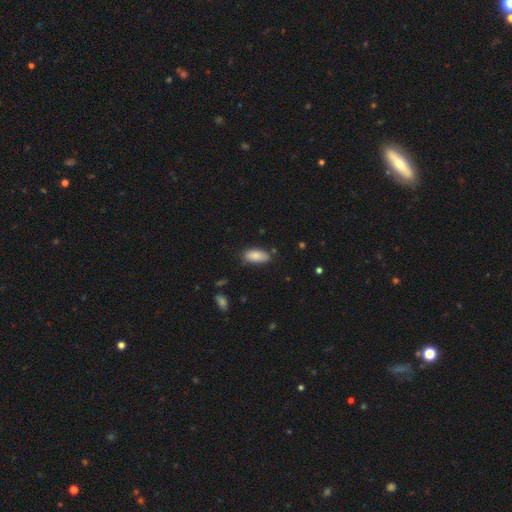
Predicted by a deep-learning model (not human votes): Smooth or featured? smooth (85%)
How rounded? in between (89%)
Merging? none (73%)